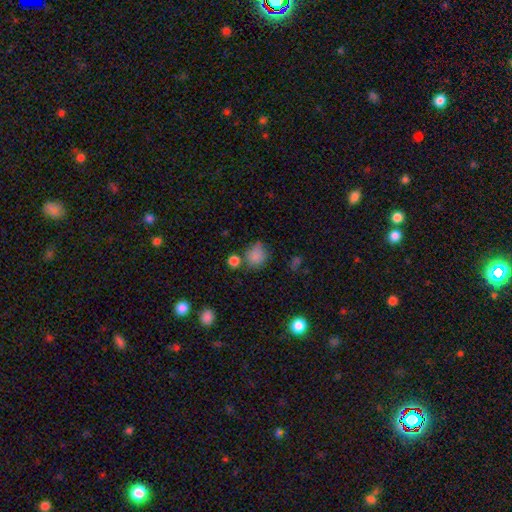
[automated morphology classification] A smooth galaxy with no disk features (82%) that is round (74%). Merging: none (56%).